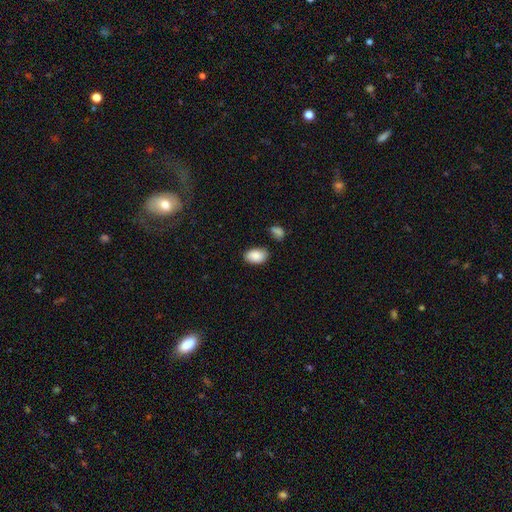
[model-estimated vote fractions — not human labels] Morphology: type=smooth (88%); roundness=in between (90%); merging=none (77%).